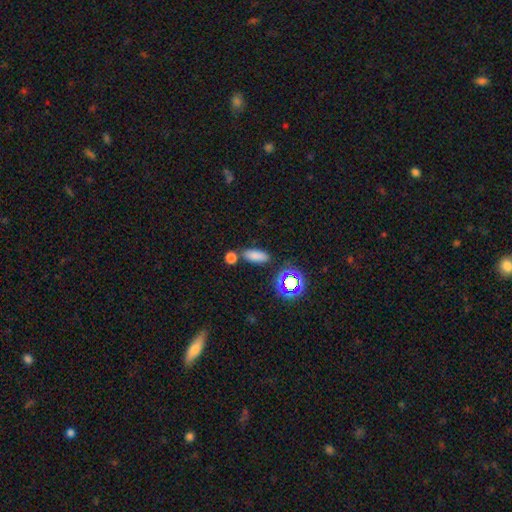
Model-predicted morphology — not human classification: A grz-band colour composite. It shows a smooth galaxy with no disk features (78%) that is in between round and cigar-shaped (74%). Merging: none (75%).